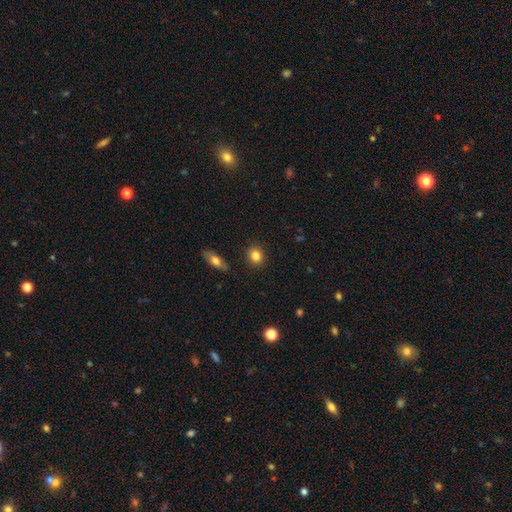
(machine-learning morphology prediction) Smooth or featured: smooth — 84% (star or artifact — 10%)
How rounded: round — 79% (in between — 19%)
Merging: none — 89% (minor disturbance — 7%)